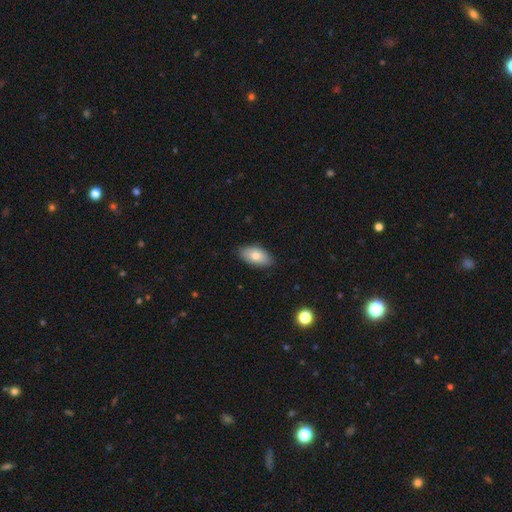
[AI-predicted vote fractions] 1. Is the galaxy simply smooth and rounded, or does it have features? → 77% smooth, 16% featured or disk, 7% star or artifact.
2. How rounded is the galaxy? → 93% in between, 4% round, 3% cigar-shaped.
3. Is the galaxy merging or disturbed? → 84% none, 13% minor disturbance, 2% major disturbance, 1% merger.